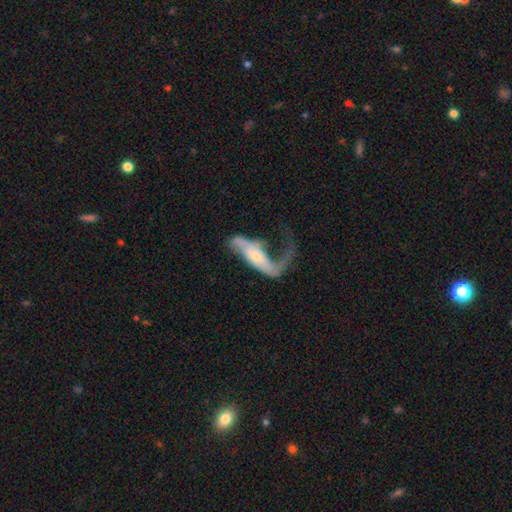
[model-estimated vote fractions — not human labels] This appears to be a featured or disk galaxy (65%) with no bar (61%), spiral arms (74%) and a small central bulge (56%). Merging: major disturbance (57%).